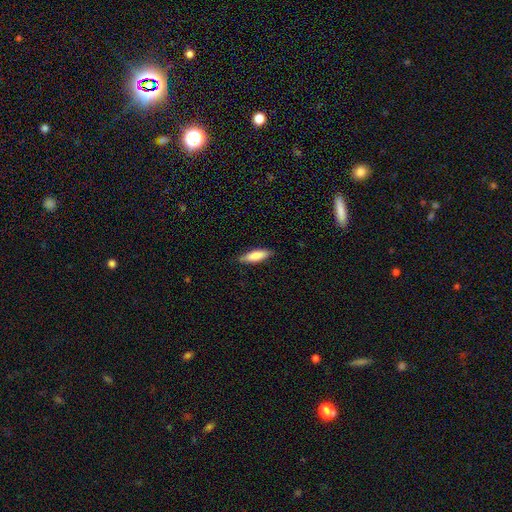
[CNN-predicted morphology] Smooth or featured? Predicted: smooth (p=0.83). How rounded? Predicted: cigar-shaped (p=0.50). Merging? Predicted: none (p=0.85).